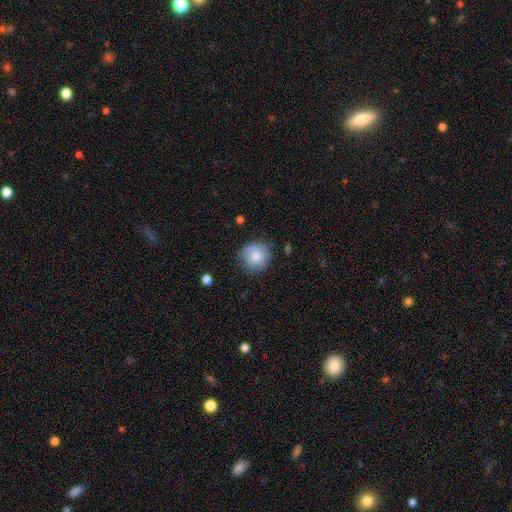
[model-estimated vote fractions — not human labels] This is clearly a smooth galaxy (81%). How rounded: clearly round (91%). Merging: likely none (77%).